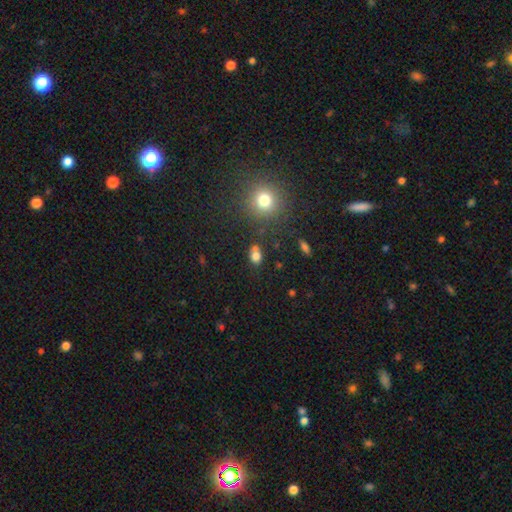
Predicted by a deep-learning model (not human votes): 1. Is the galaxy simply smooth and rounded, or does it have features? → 77% smooth, 15% star or artifact, 8% featured or disk.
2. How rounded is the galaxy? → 58% in between, 40% round, 2% cigar-shaped.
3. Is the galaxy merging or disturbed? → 59% none, 20% merger, 16% minor disturbance, 5% major disturbance.